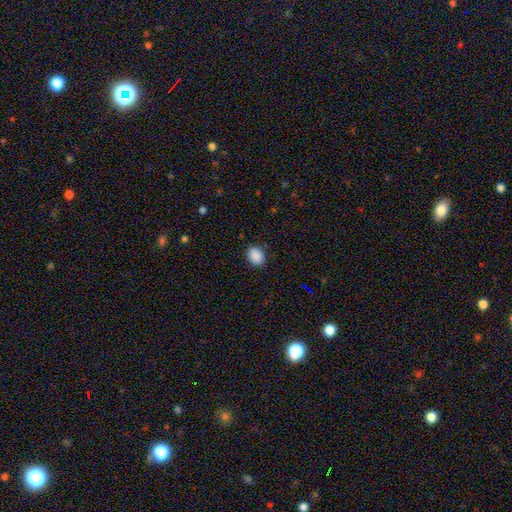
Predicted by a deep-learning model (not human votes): The model was most divided on "how rounded": in between: 70%, round: 29%, cigar-shaped: 1%. More confident: smooth or featured — smooth (90%); merging — none (88%).